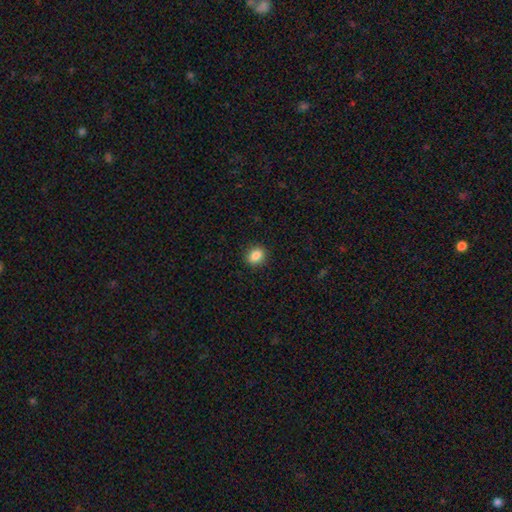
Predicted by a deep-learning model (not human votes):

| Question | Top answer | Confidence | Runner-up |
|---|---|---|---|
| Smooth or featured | smooth | 86% | star or artifact (9%) |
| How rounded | in between | 52% | round (46%) |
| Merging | none | 90% | minor disturbance (7%) |